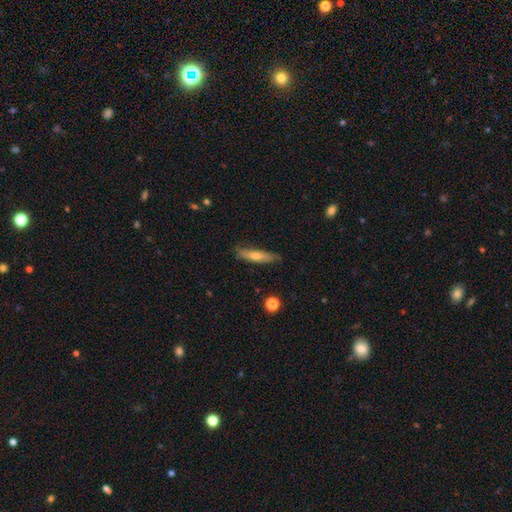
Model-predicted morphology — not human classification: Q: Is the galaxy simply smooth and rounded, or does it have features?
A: smooth — 52%.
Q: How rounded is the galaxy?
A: cigar-shaped — 82%.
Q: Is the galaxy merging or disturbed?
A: none — 77%.